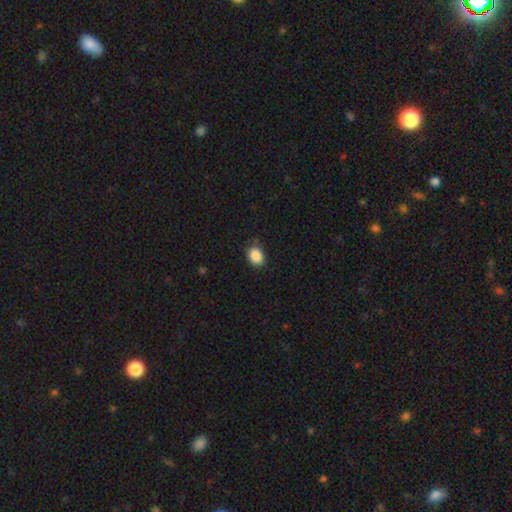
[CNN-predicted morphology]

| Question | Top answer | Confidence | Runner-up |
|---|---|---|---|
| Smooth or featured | smooth | 87% | star or artifact (9%) |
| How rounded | in between | 62% | round (37%) |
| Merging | none | 77% | minor disturbance (18%) |